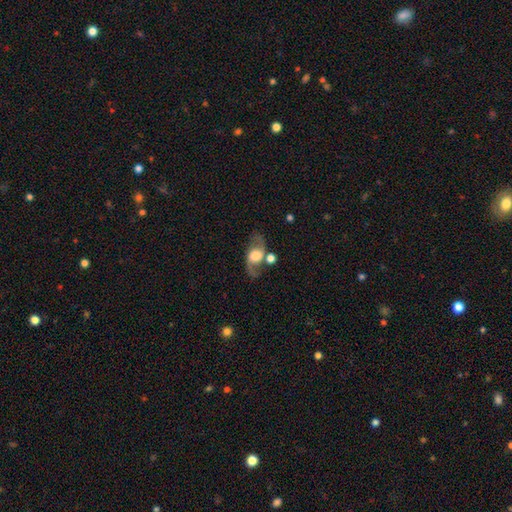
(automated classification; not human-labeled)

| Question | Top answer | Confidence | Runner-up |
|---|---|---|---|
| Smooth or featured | featured or disk | 69% | smooth (23%) |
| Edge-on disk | no | 90% | yes (10%) |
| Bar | no | 60% | weak (31%) |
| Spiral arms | yes | 83% | no (17%) |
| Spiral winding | loose | 62% | medium (30%) |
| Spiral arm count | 2 | 91% | can't tell (3%) |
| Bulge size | large | 53% | moderate (27%) |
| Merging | none | 63% | minor disturbance (16%) |